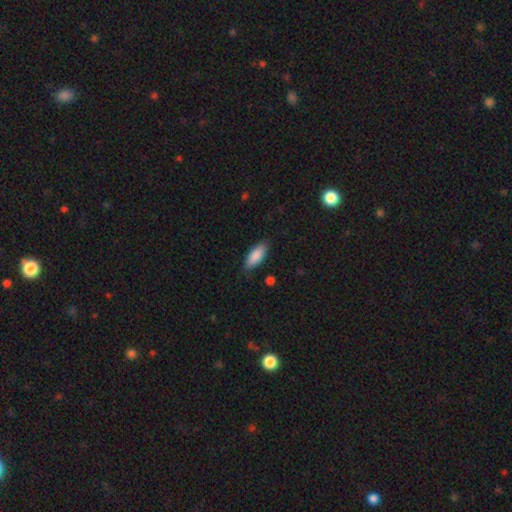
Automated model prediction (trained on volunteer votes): The model was most divided on "how rounded": in between: 81%, cigar-shaped: 17%, round: 2%. More confident: smooth or featured — smooth (87%); merging — none (83%).